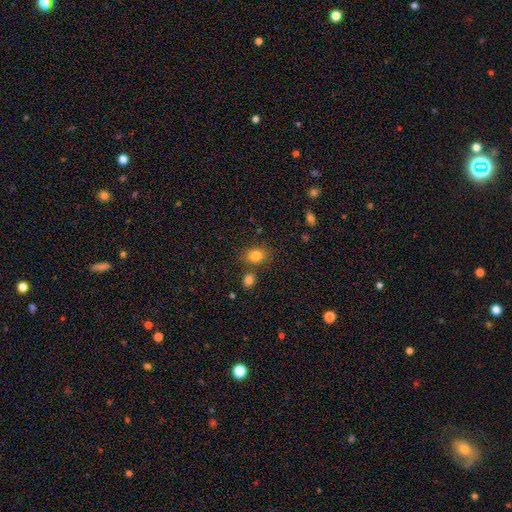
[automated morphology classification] Smooth or featured? Predicted: smooth (p=0.83). How rounded? Predicted: in between (p=0.57). Merging? Predicted: none (p=0.73).